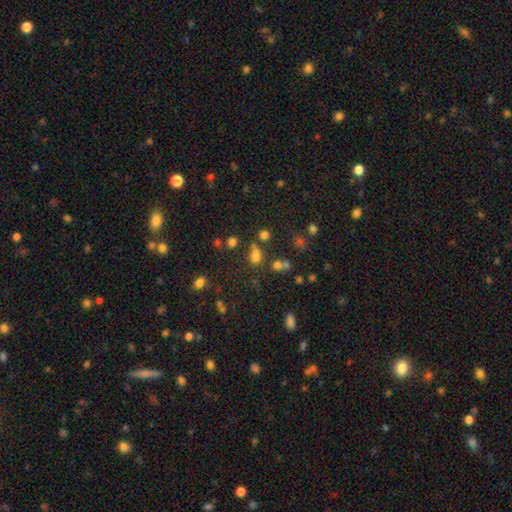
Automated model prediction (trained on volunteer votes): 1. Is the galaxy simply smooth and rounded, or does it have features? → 58% smooth, 32% star or artifact, 10% featured or disk.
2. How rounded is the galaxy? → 63% round, 35% in between, 2% cigar-shaped.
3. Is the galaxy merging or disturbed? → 55% none, 26% merger, 12% minor disturbance, 7% major disturbance.